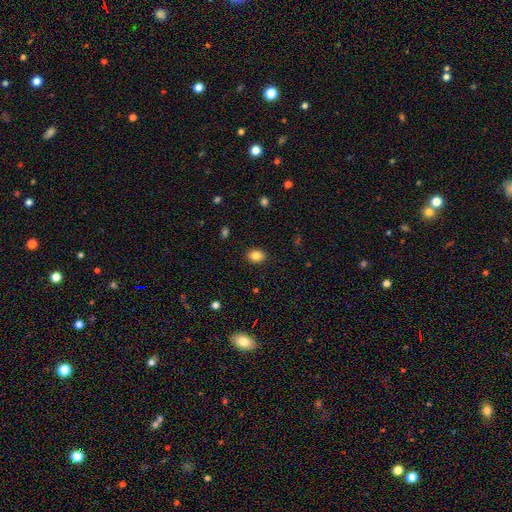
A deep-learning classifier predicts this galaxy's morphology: Smooth or featured? smooth (84%)
How rounded? in between (73%)
Merging? none (88%)